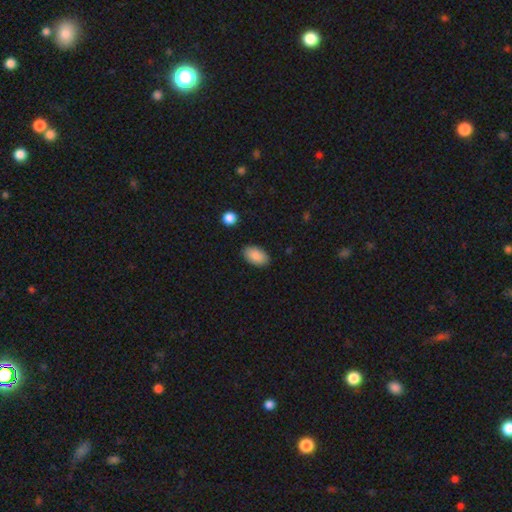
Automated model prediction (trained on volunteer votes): Smooth or featured: smooth — 88% (star or artifact — 7%)
How rounded: in between — 94% (round — 5%)
Merging: none — 87% (minor disturbance — 9%)